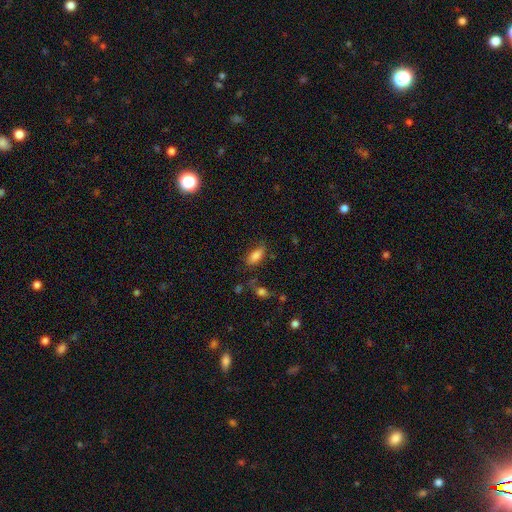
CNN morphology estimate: This appears to be a smooth galaxy with no disk features (82%) that is in between round and cigar-shaped (84%). Merging: none (68%).